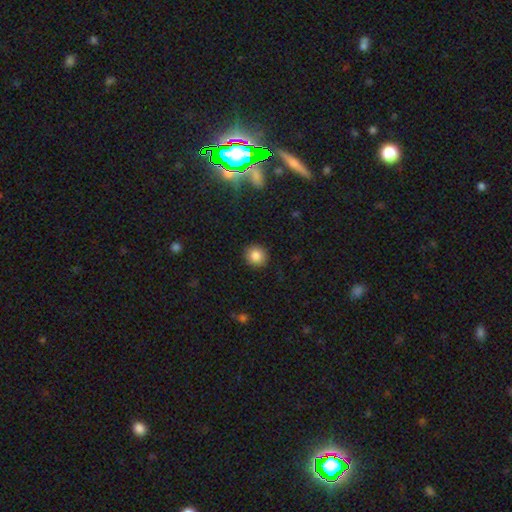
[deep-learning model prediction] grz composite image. It shows a smooth galaxy with no disk features (84%) that is round (91%). Merging: none (91%).